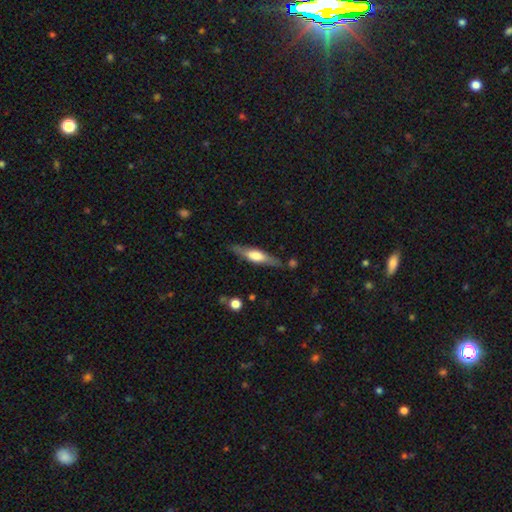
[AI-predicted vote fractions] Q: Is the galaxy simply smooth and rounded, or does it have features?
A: featured or disk — 55%.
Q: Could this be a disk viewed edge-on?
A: yes — 91%.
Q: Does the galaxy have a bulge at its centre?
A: rounded — 73%.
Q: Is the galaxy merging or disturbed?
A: none — 82%.